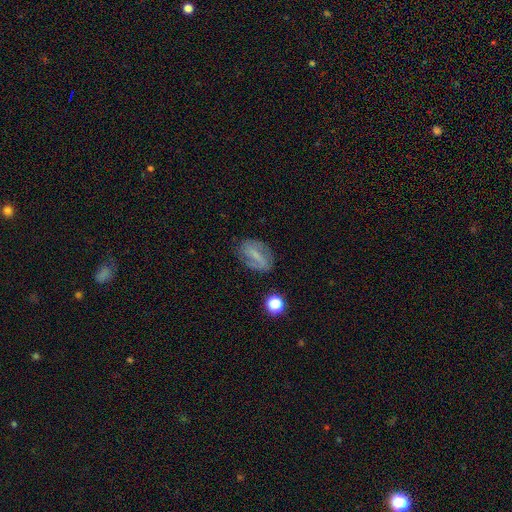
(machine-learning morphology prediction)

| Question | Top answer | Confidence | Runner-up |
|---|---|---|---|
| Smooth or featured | featured or disk | 53% | smooth (36%) |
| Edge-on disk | no | 94% | yes (6%) |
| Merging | none | 72% | minor disturbance (19%) |